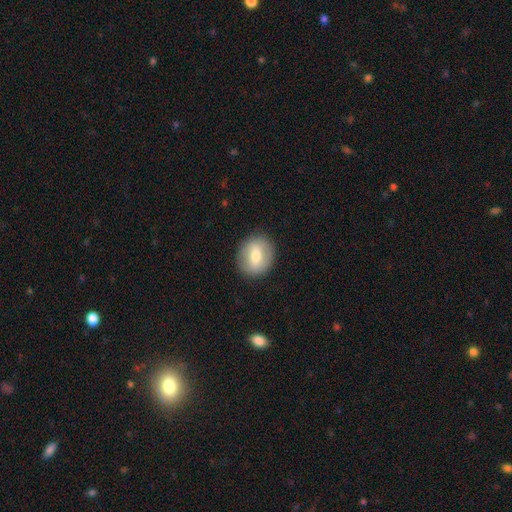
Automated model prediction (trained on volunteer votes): This is likely a smooth galaxy (63%). How rounded: likely round (74%). Merging: clearly none (87%).